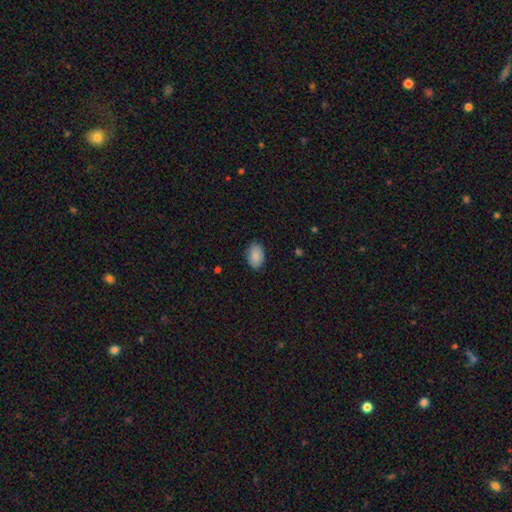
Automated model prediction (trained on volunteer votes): smooth_or_featured: smooth (p=0.89) [alt: star or artifact p=0.07]
how_rounded: in between (p=0.87) [alt: round p=0.12]
merging: none (p=0.86) [alt: minor disturbance p=0.11]